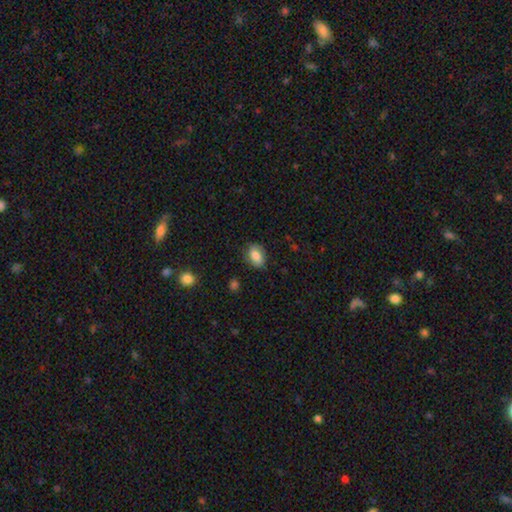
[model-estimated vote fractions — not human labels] Q: Smooth or featured?
A: smooth (80%); runner-up: featured or disk (11%)
Q: How rounded?
A: in between (81%); runner-up: round (17%)
Q: Merging?
A: none (77%); runner-up: minor disturbance (18%)